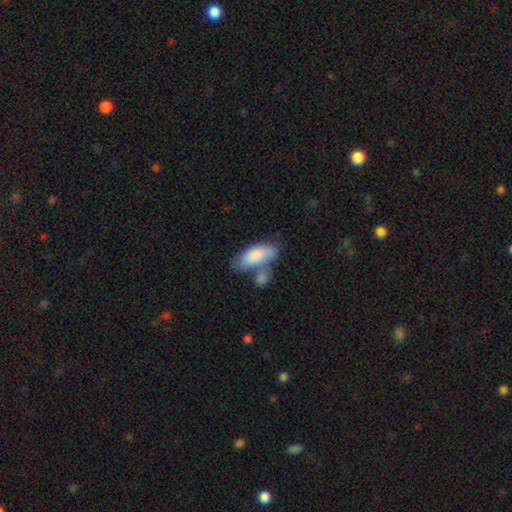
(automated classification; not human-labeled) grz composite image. It shows a smooth galaxy with no disk features (83%) that is in between round and cigar-shaped (83%). Merging: merger (39%).